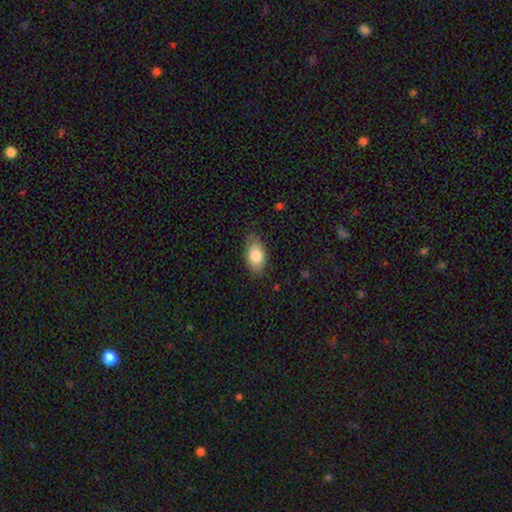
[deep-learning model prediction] smooth 82%, featured or disk 11%, star or artifact 7%. Down the decision tree: how rounded — in between (90%); merging — none (75%).